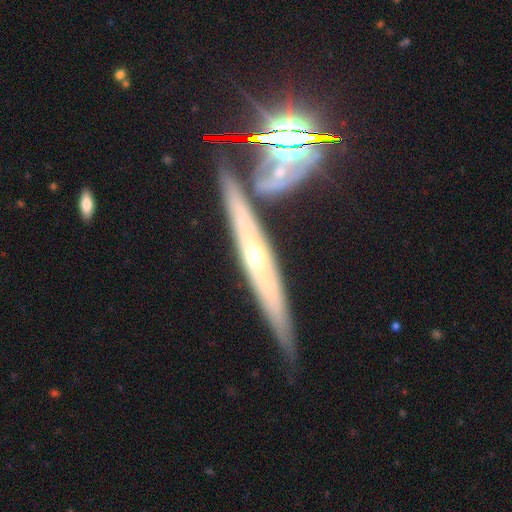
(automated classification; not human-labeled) Smooth or featured?
  - featured or disk: 61% *
  - star or artifact: 20%
  - smooth: 19%
Edge-on disk?
  - yes: 87% *
  - no: 13%
Edge-on bulge?
  - rounded: 73% *
  - none: 21%
  - boxy: 6%
Merging?
  - none: 77% *
  - minor disturbance: 11%
  - merger: 9%
  - major disturbance: 3%